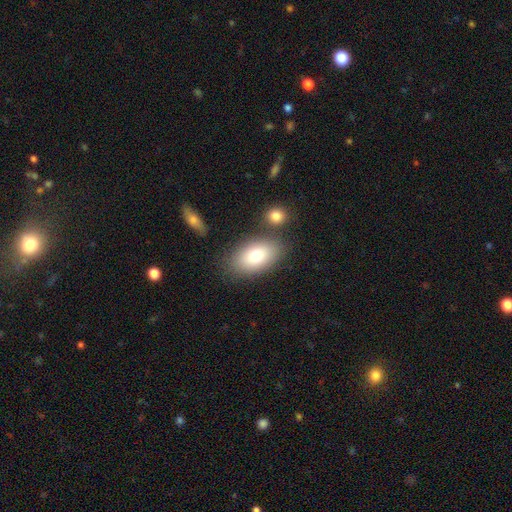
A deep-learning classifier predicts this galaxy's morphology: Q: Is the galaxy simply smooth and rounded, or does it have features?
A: smooth — 78%.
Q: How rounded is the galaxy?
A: in between — 91%.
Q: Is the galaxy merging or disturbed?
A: none — 75%.